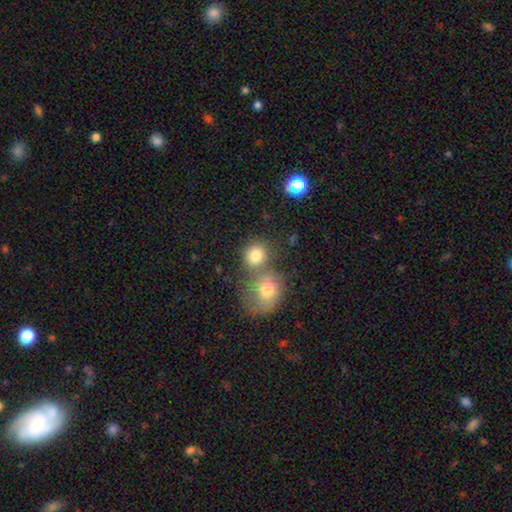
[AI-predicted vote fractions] Smooth or featured? Predicted: smooth (p=0.79). How rounded? Predicted: round (p=0.73). Merging? Predicted: merger (p=0.45).